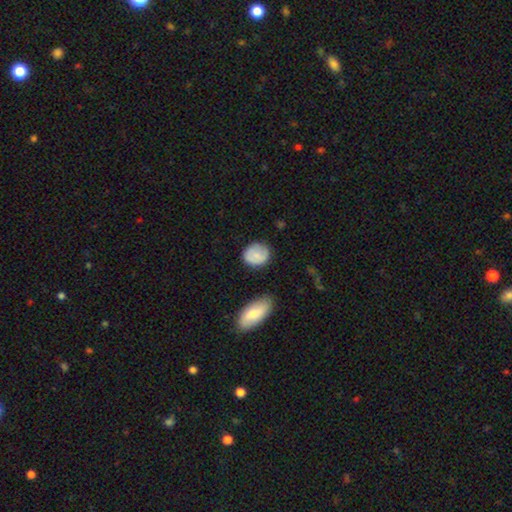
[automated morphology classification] smooth-or-featured: smooth: 78% | featured or disk: 16% | star or artifact: 7%
  how-rounded: round: 64% | in between: 35% | cigar-shaped: 1%
  merging: none: 74% | minor disturbance: 19% | major disturbance: 4% | merger: 3%